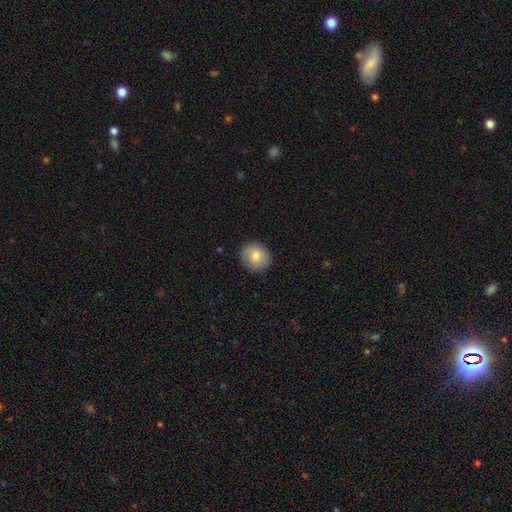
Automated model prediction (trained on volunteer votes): Morphology: type=smooth (78%); roundness=round (82%); merging=none (88%).